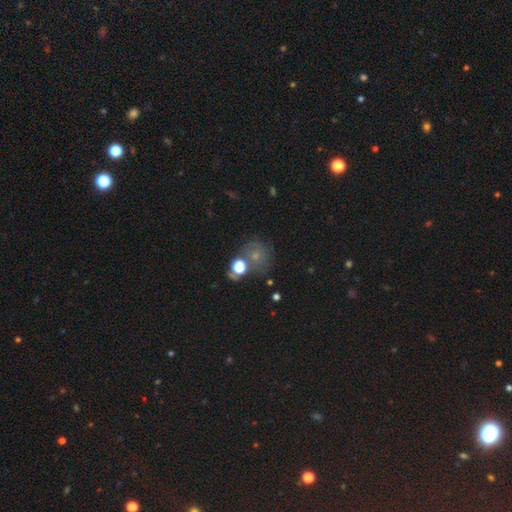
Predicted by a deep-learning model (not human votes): Overall: smooth (54%; star or artifact 26%). How rounded: round (77%). Merging: none (56%; merger 18%).